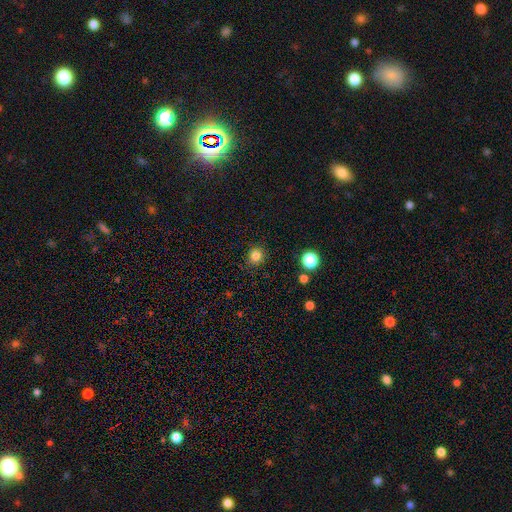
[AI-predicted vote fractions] A smooth galaxy with no disk features (83%) that is round (89%). Merging: none (90%).